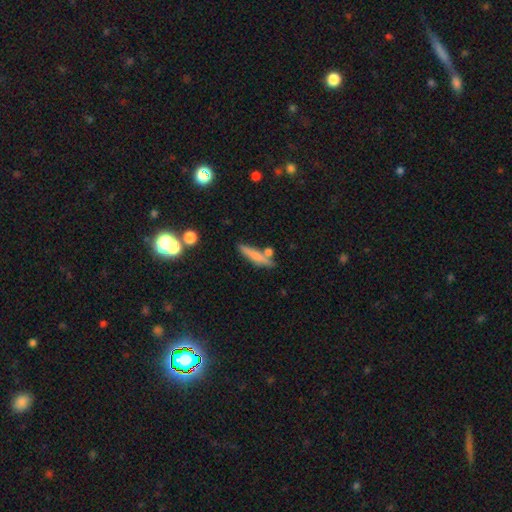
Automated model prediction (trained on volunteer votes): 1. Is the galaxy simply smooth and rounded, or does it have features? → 67% smooth, 25% featured or disk, 8% star or artifact.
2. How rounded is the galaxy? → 86% cigar-shaped, 11% in between, 3% round.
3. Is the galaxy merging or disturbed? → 68% none, 15% merger, 14% minor disturbance, 4% major disturbance.